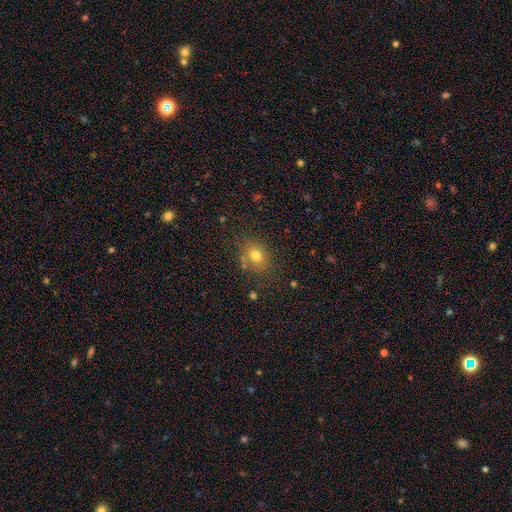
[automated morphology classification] The model was most divided on "how rounded": round: 57%, in between: 42%, cigar-shaped: 1%. More confident: merging — none (77%); smooth or featured — smooth (74%).